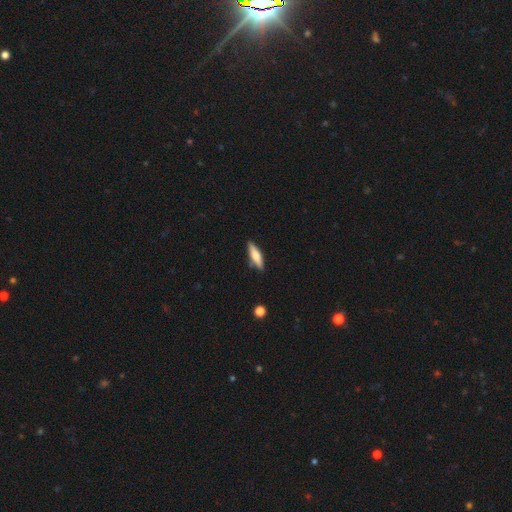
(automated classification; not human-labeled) smooth-or-featured: smooth: 60% | featured or disk: 35% | star or artifact: 6%
  how-rounded: cigar-shaped: 66% | in between: 32% | round: 2%
  merging: none: 85% | minor disturbance: 11% | major disturbance: 2% | merger: 2%